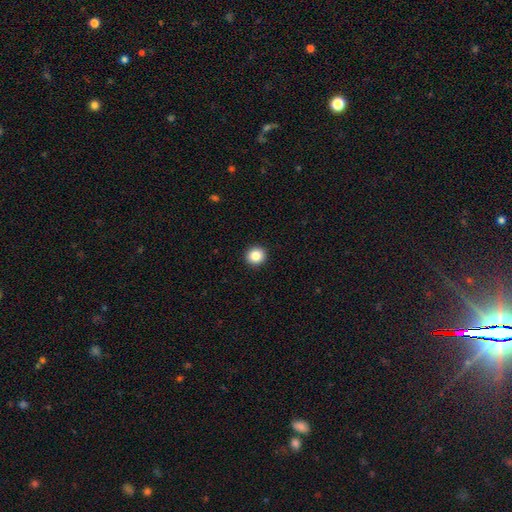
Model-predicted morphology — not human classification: type=smooth (86%); roundness=round (89%); merging=none (93%).